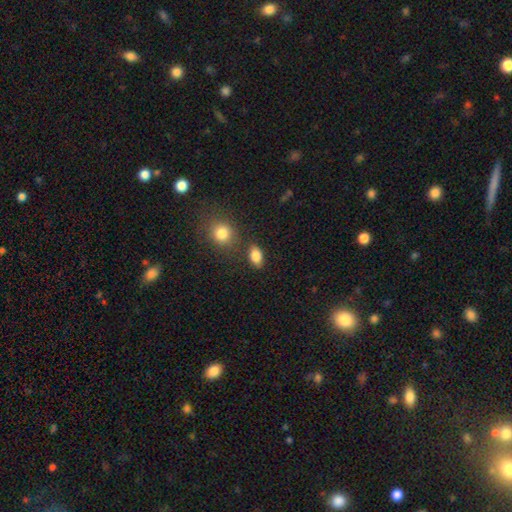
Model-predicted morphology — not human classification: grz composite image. It shows a smooth galaxy with no disk features (86%) that is in between round and cigar-shaped (86%). Merging: none (76%).